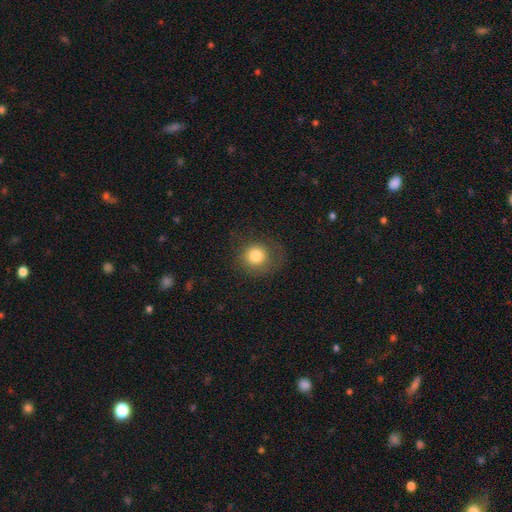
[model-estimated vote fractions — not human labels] Smooth or featured? smooth (78%)
How rounded? round (88%)
Merging? none (72%)